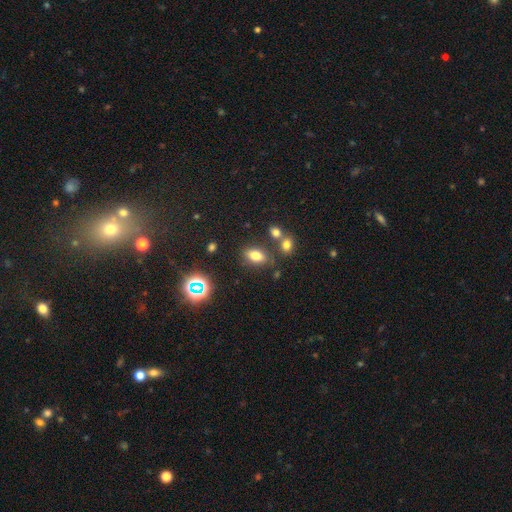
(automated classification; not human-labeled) Smooth or featured: smooth — 73% (star or artifact — 16%)
How rounded: in between — 84% (round — 13%)
Merging: none — 74% (minor disturbance — 12%)